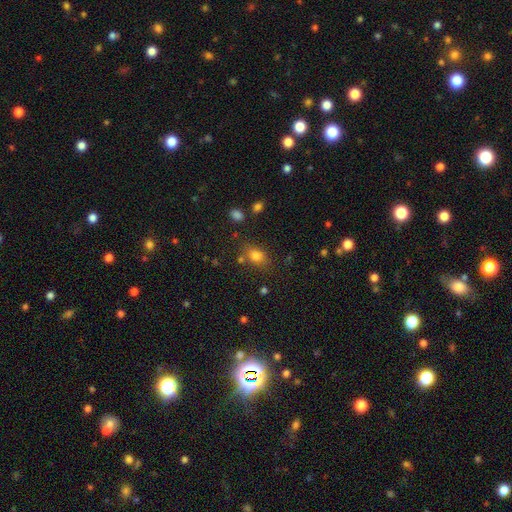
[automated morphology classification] Smooth or featured? Predicted: smooth (p=0.77). How rounded? Predicted: in between (p=0.65). Merging? Predicted: none (p=0.69).